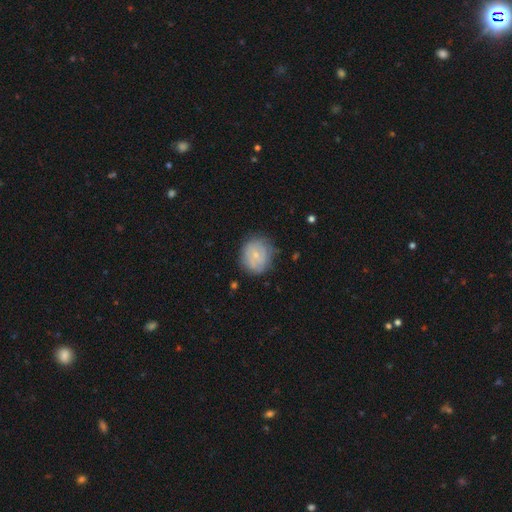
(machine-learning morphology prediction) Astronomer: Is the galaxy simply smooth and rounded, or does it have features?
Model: smooth — 57% (runner-up: featured or disk, 35%).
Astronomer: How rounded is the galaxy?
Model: round — 76%.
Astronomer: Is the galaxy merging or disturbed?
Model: none — 72%.